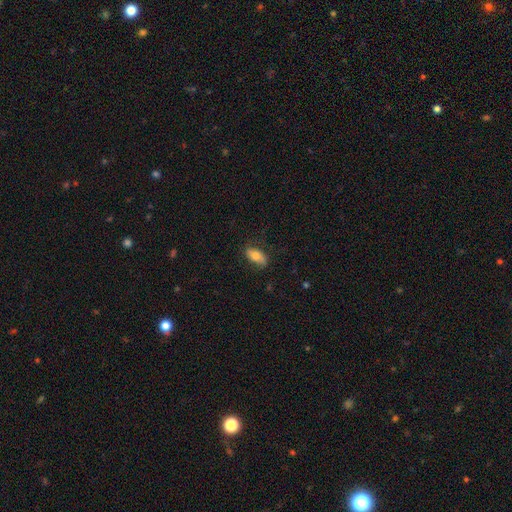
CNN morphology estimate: Overall: smooth (68%). How rounded: in between (87%). Merging: none (76%).